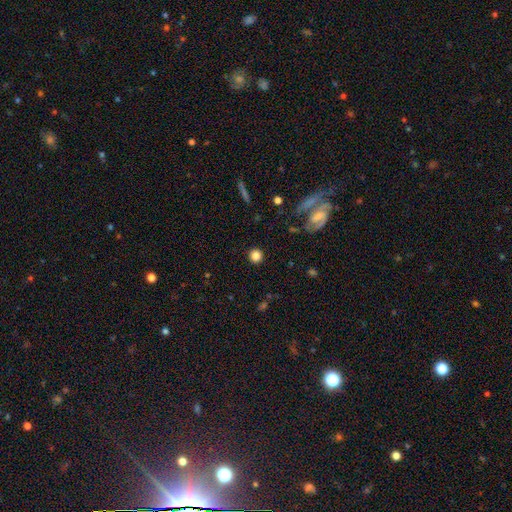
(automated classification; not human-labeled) Smooth or featured: smooth — 82% (star or artifact — 11%)
How rounded: round — 93% (in between — 6%)
Merging: none — 90% (minor disturbance — 6%)